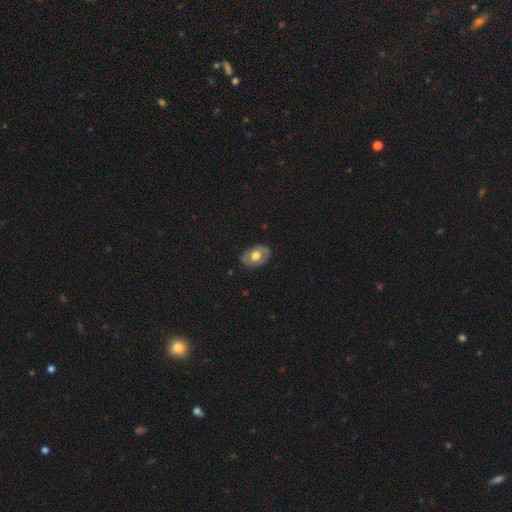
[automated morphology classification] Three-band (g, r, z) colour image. It shows a smooth galaxy with no disk features (54%) that is in between round and cigar-shaped (78%). Merging: none (82%).